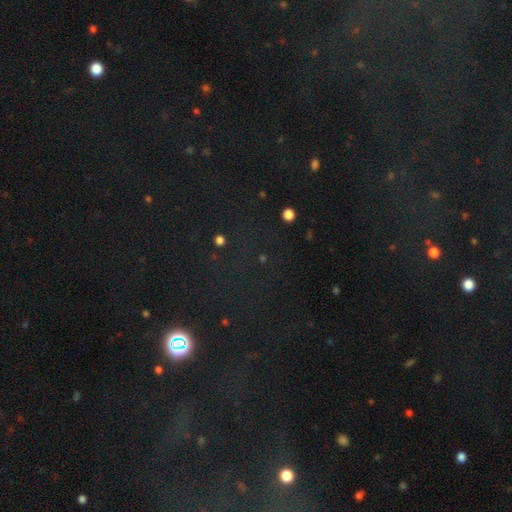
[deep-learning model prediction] smooth_or_featured: star or artifact (p=0.75) [alt: smooth p=0.16]